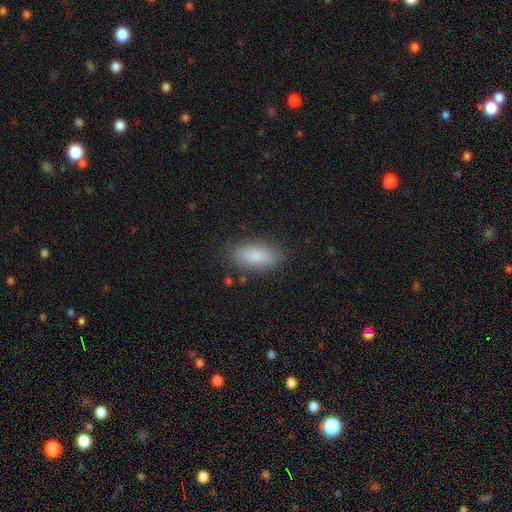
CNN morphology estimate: A smooth galaxy with no disk features (87%) that is in between round and cigar-shaped (86%).

Vote fractions:
- Smooth or featured? smooth: 87% / star or artifact: 7% / featured or disk: 6%
- How rounded? in between: 86% / cigar-shaped: 12% / round: 3%
- Merging? none: 85% / minor disturbance: 10% / major disturbance: 3% / merger: 1%